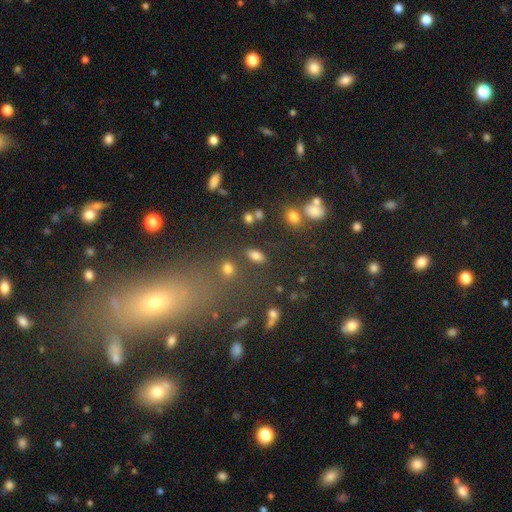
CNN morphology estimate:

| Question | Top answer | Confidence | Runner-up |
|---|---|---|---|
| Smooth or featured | smooth | 78% | star or artifact (12%) |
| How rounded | in between | 86% | round (8%) |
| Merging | none | 79% | minor disturbance (11%) |